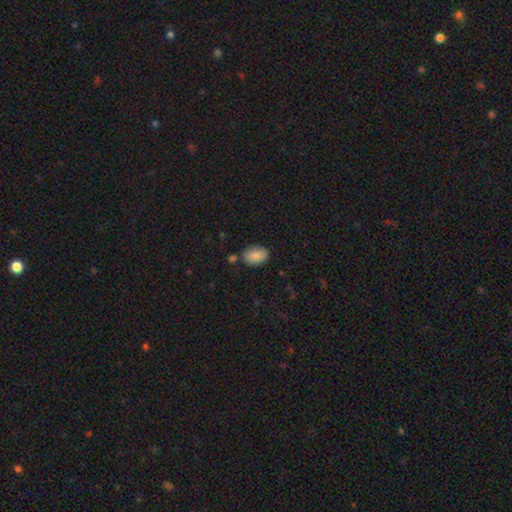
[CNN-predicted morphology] Smooth or featured: smooth — 88% (star or artifact — 7%)
How rounded: in between — 87% (round — 12%)
Merging: none — 77% (minor disturbance — 14%)